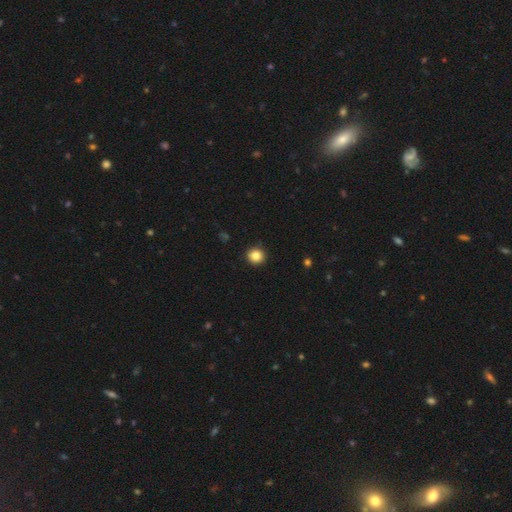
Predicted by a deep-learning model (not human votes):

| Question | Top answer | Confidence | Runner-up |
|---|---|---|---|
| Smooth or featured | smooth | 85% | star or artifact (10%) |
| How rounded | round | 92% | in between (7%) |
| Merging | none | 93% | minor disturbance (5%) |